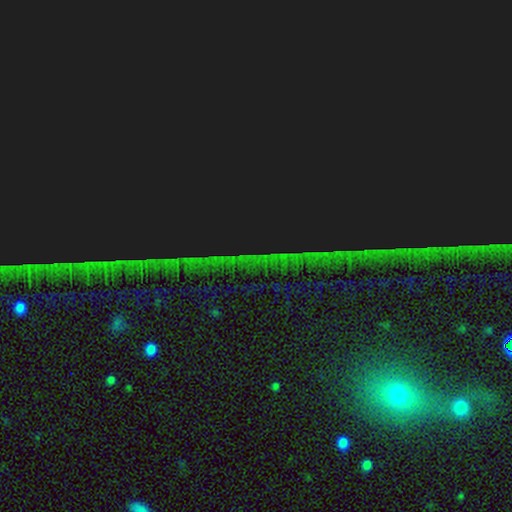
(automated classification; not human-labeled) This appears to be a star or artifact, not a galaxy (87%).